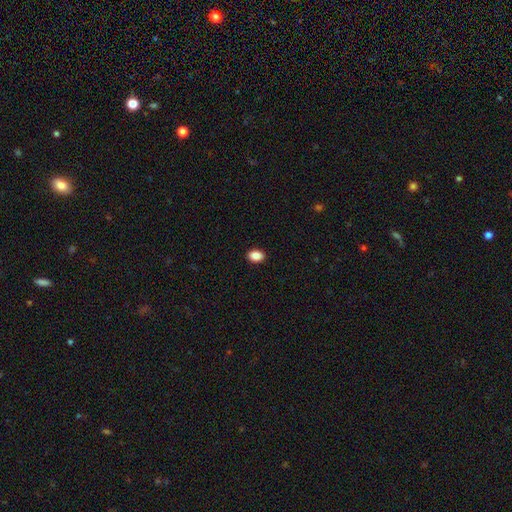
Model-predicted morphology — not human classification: A smooth galaxy with no disk features (87%) that is in between round and cigar-shaped (74%). Merging: none (91%).